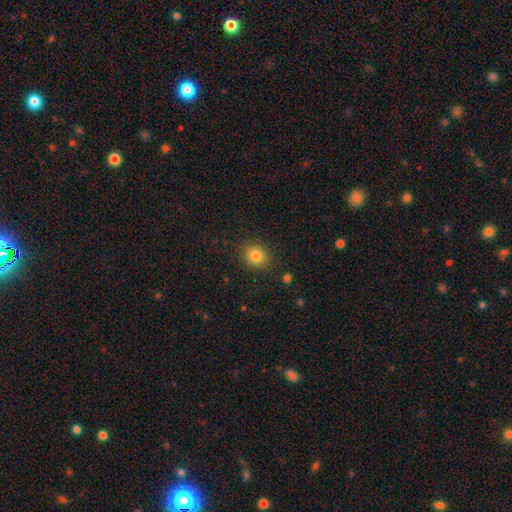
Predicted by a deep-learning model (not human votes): smooth_or_featured: smooth (p=0.83) [alt: star or artifact p=0.11]
how_rounded: round (p=0.81) [alt: in between p=0.18]
merging: none (p=0.87) [alt: minor disturbance p=0.09]